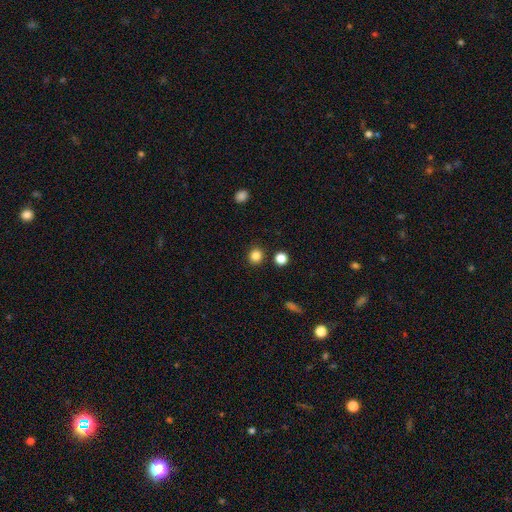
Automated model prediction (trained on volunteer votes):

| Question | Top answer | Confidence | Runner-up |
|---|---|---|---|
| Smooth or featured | smooth | 84% | star or artifact (12%) |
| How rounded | round | 89% | in between (10%) |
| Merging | none | 88% | minor disturbance (6%) |